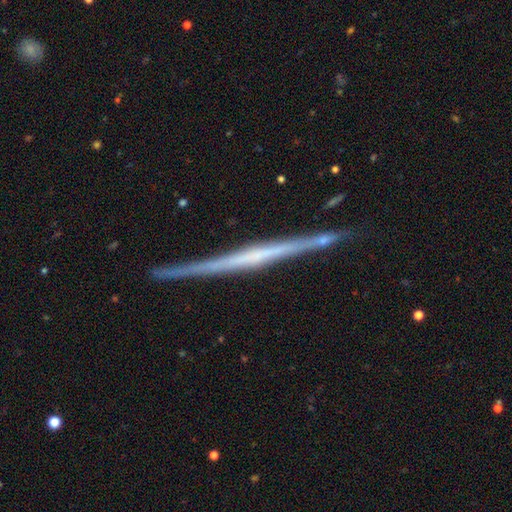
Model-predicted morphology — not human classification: Smooth or featured? Predicted: featured or disk (p=0.78). Edge-on disk? Predicted: yes (p=0.98). Edge-on bulge? Predicted: none (p=0.73). Merging? Predicted: none (p=0.87).